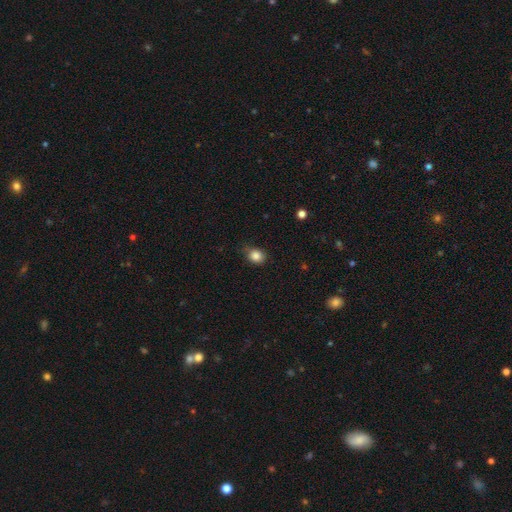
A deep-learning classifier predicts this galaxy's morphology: A smooth galaxy with no disk features (85%) that is round (63%).

Vote fractions:
- Smooth or featured? smooth: 85% / star or artifact: 10% / featured or disk: 5%
- How rounded? round: 63% / in between: 36% / cigar-shaped: 1%
- Merging? none: 70% / minor disturbance: 25% / major disturbance: 4% / merger: 1%